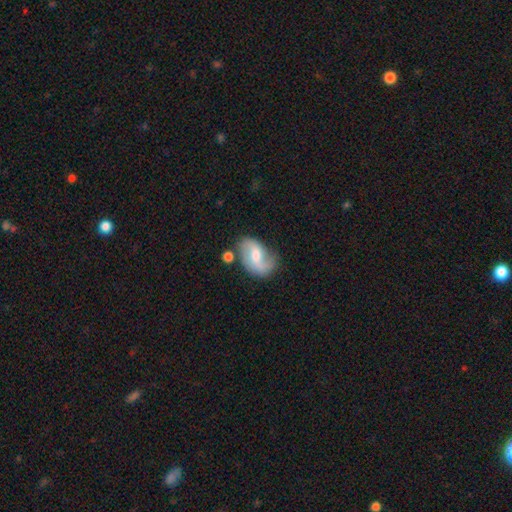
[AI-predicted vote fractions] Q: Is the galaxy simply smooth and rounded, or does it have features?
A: featured or disk — 69%.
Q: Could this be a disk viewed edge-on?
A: no — 97%.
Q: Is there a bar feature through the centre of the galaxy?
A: weak — 50%.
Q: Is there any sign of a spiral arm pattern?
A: yes — 89%.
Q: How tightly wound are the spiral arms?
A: loose — 57%.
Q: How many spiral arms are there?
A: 2 — 81%.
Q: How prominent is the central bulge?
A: moderate — 59%.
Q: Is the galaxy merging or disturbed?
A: none — 61%.